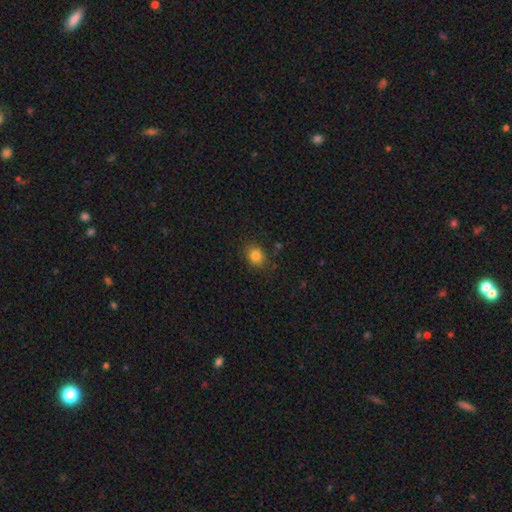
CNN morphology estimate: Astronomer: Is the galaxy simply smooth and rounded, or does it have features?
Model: smooth — 83%.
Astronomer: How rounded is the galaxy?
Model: round — 56% (runner-up: in between, 43%).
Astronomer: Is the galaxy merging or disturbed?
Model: none — 83%.